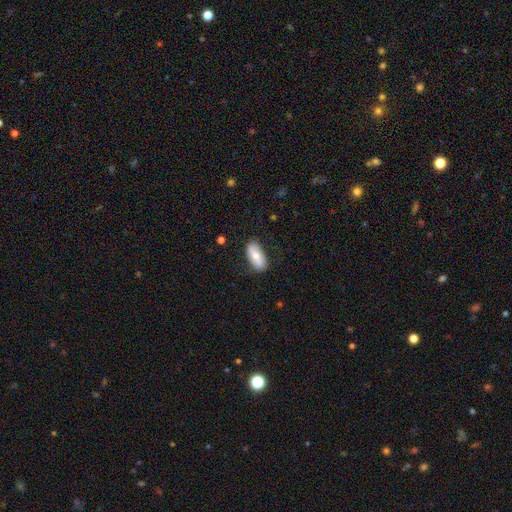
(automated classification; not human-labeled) Q: Smooth or featured?
A: smooth (65%); runner-up: featured or disk (29%)
Q: How rounded?
A: in between (87%); runner-up: cigar-shaped (10%)
Q: Merging?
A: none (79%); runner-up: minor disturbance (16%)